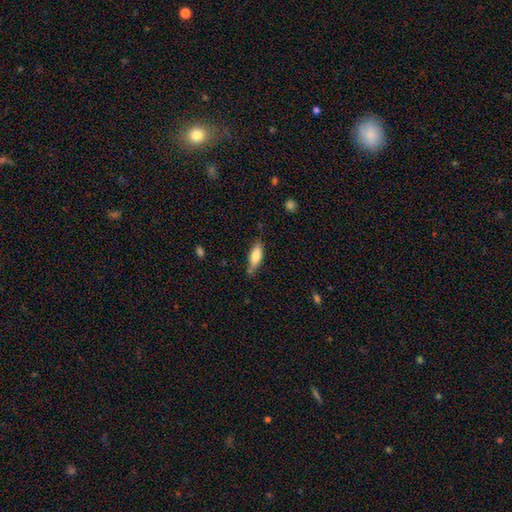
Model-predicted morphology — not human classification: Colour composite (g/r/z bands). It shows a smooth galaxy with no disk features (78%) that is in between round and cigar-shaped (65%). Merging: none (68%).